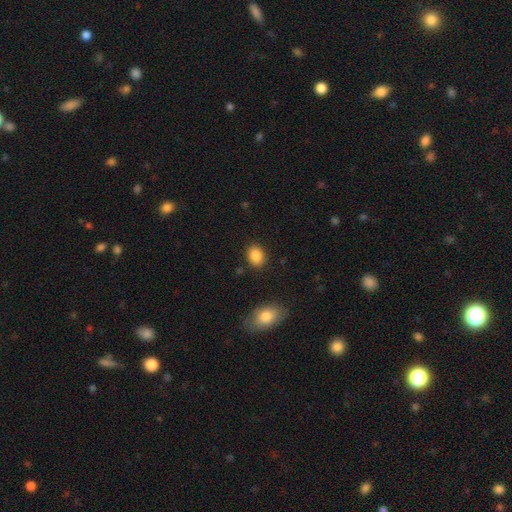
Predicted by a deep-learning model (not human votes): A smooth galaxy with no disk features (87%) that is in between round and cigar-shaped (62%). Merging: none (86%).